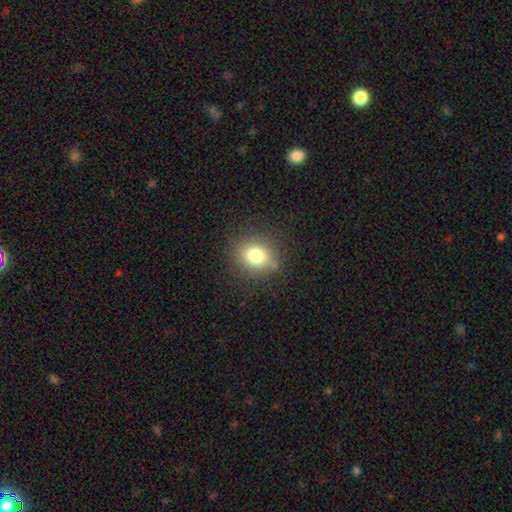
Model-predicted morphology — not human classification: smooth 77%, star or artifact 13%, featured or disk 10%. Down the decision tree: how rounded — round (71%); merging — none (83%).